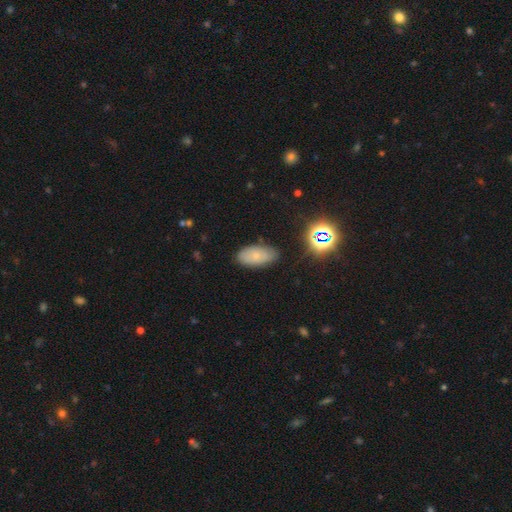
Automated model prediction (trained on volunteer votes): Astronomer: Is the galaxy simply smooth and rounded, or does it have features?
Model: smooth — 72%.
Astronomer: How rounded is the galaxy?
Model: in between — 92%.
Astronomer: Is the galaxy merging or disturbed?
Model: none — 81%.